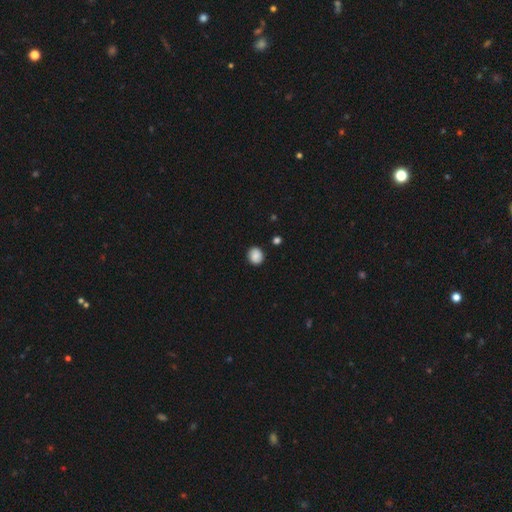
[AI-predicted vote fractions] Smooth or featured? Predicted: smooth (p=0.86). How rounded? Predicted: round (p=0.75). Merging? Predicted: none (p=0.87).